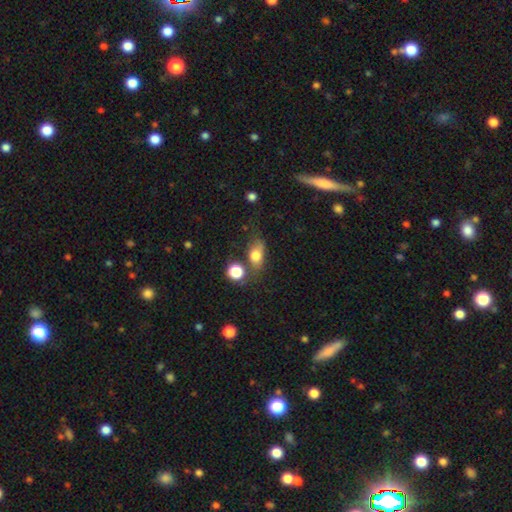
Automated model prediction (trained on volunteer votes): smooth-or-featured: smooth: 75% | featured or disk: 14% | star or artifact: 12%
  how-rounded: in between: 72% | round: 23% | cigar-shaped: 5%
  merging: none: 52% | minor disturbance: 22% | merger: 14% | major disturbance: 11%